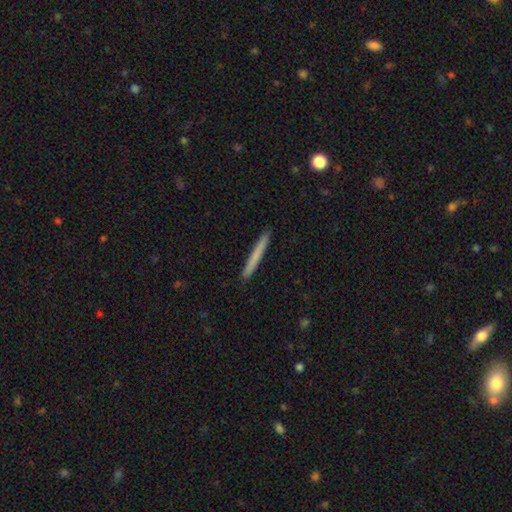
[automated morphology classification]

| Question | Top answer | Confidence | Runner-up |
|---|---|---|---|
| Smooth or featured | smooth | 72% | featured or disk (23%) |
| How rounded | cigar-shaped | 97% | in between (2%) |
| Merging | none | 93% | minor disturbance (5%) |